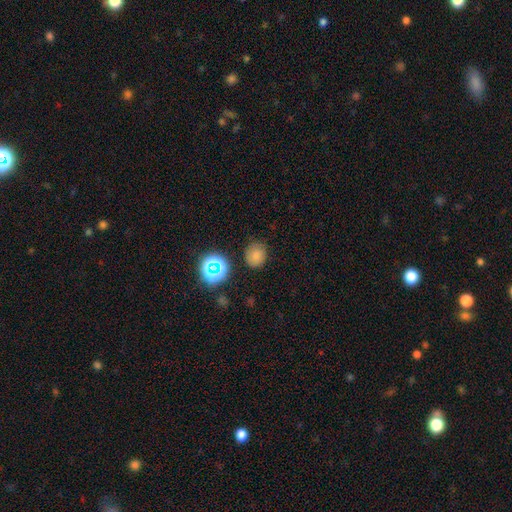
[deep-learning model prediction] Smooth or featured?
  - smooth: 74% *
  - star or artifact: 19%
  - featured or disk: 7%
How rounded?
  - round: 76% *
  - in between: 23%
  - cigar-shaped: 1%
Merging?
  - none: 79% *
  - minor disturbance: 14%
  - major disturbance: 4%
  - merger: 2%